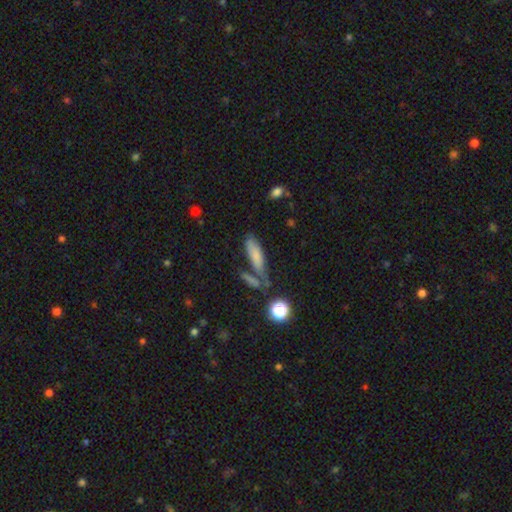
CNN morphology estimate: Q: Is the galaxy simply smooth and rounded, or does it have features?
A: smooth — 74%.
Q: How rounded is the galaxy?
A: cigar-shaped — 53%.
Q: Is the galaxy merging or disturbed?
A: none — 53%.